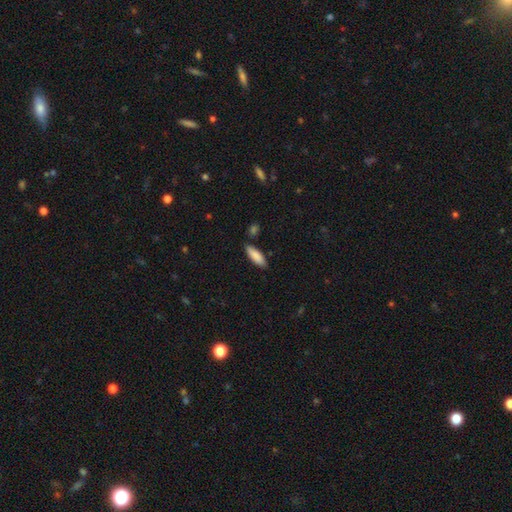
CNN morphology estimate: Smooth or featured? smooth (88%)
How rounded? in between (58%)
Merging? none (83%)